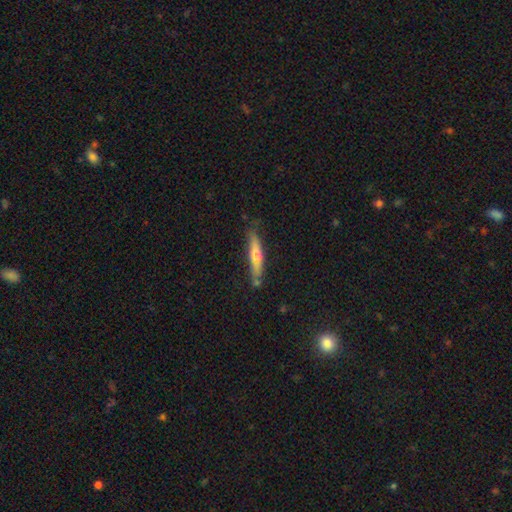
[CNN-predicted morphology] Smooth or featured? Predicted: smooth (p=0.56). How rounded? Predicted: cigar-shaped (p=0.87). Merging? Predicted: none (p=0.68).